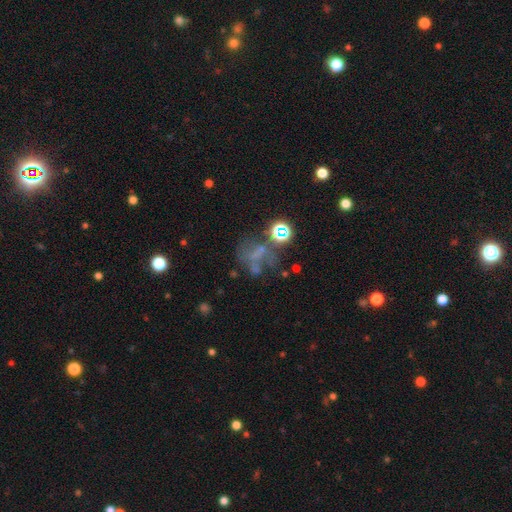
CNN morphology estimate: This appears to be a featured or disk galaxy (35%, tied with star or artifact). Merging: none (39%).